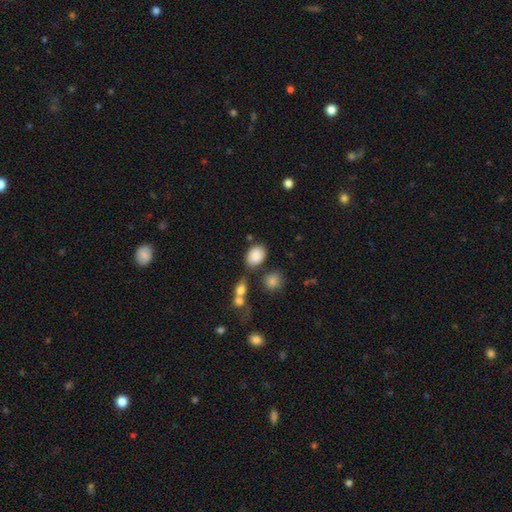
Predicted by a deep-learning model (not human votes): Q: Smooth or featured?
A: smooth (86%); runner-up: star or artifact (8%)
Q: How rounded?
A: in between (74%); runner-up: round (25%)
Q: Merging?
A: none (66%); runner-up: minor disturbance (17%)